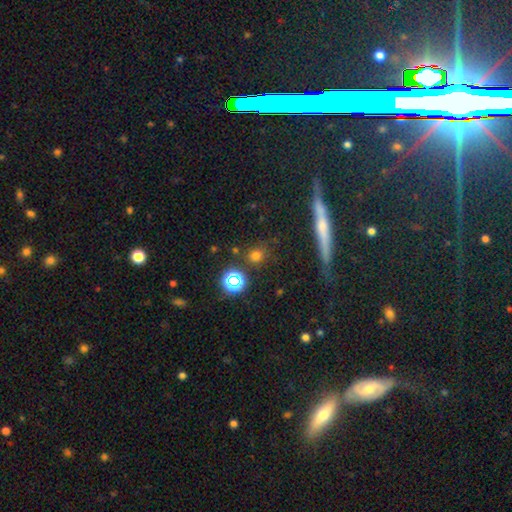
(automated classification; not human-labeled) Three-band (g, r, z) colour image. It shows a smooth galaxy with no disk features (68%) that is round (78%). Merging: none (80%).